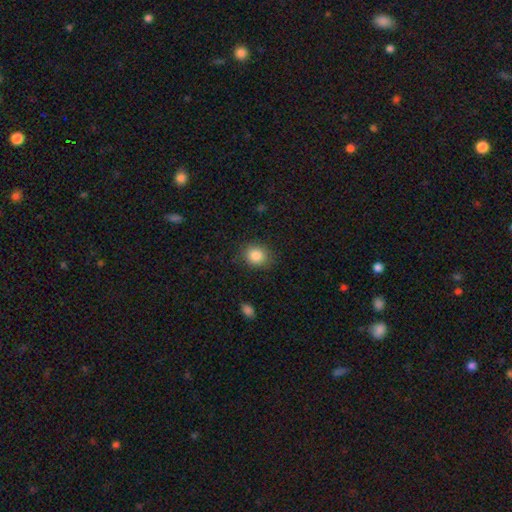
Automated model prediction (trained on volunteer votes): Morphology: type=smooth (86%); roundness=round (67%); merging=none (86%).